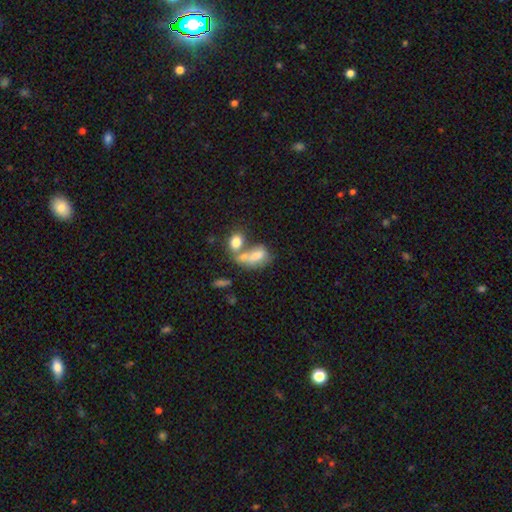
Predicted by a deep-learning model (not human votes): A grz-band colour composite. It shows a smooth galaxy with no disk features (71%) that is in between round and cigar-shaped (83%). Merging: merger (53%).